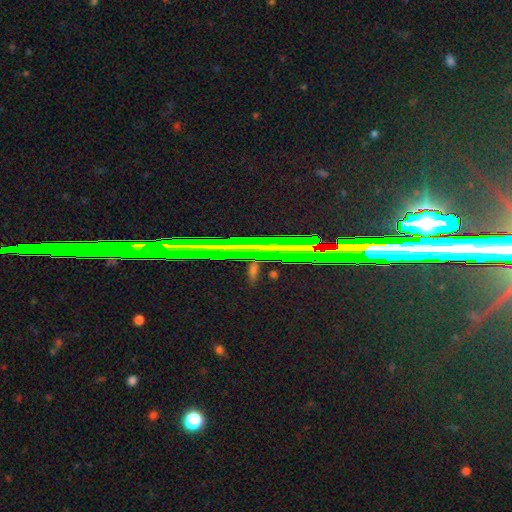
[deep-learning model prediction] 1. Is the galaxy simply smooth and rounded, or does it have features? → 75% star or artifact, 15% featured or disk, 10% smooth.